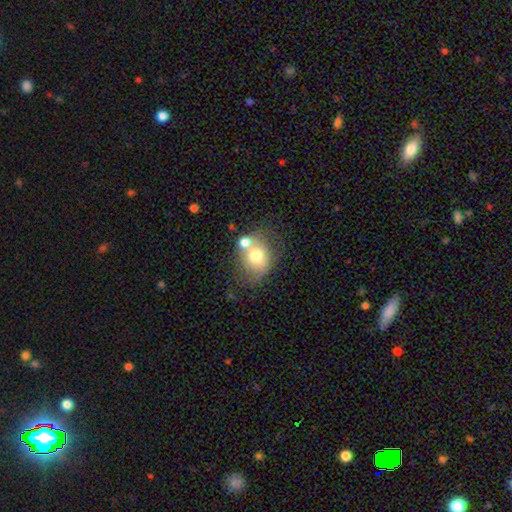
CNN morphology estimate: smooth-or-featured: smooth: 60% | featured or disk: 31% | star or artifact: 9%
  how-rounded: round: 51% | in between: 48% | cigar-shaped: 1%
  merging: none: 36% (tied) | merger: 36% (tied) | minor disturbance: 18% | major disturbance: 10%